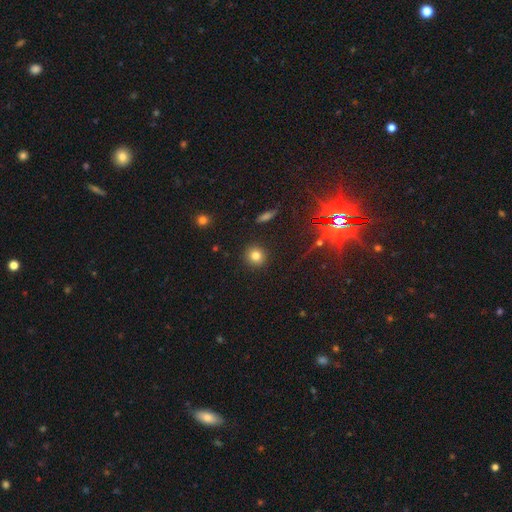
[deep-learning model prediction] Overall: smooth (78%). How rounded: round (90%). Merging: none (91%).